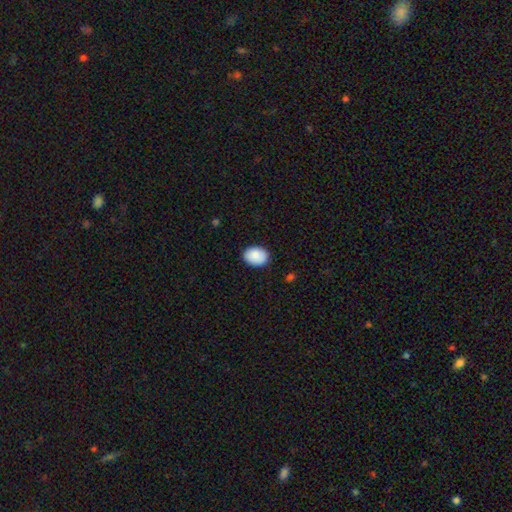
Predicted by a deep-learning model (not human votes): Smooth or featured? Predicted: smooth (p=0.89). How rounded? Predicted: in between (p=0.71). Merging? Predicted: none (p=0.86).